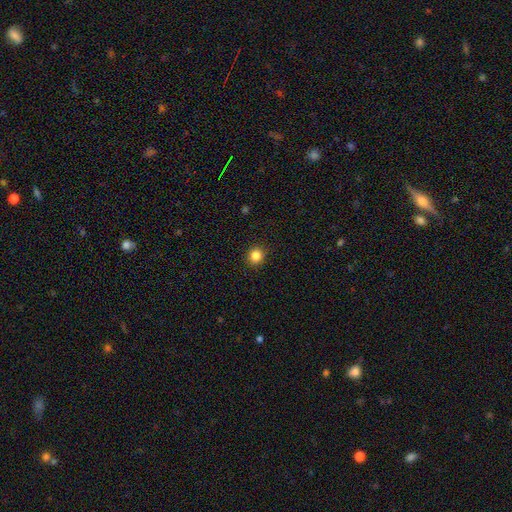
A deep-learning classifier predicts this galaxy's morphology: smooth 85%, star or artifact 11%, featured or disk 4%. Down the decision tree: how rounded — round (90%); merging — none (92%).